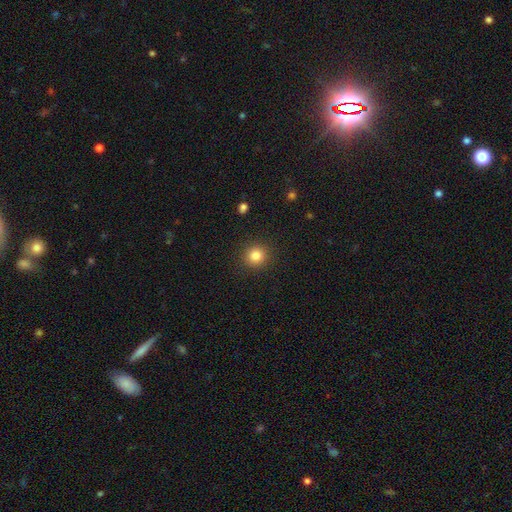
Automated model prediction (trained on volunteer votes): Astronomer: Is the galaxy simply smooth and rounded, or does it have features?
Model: smooth — 84%.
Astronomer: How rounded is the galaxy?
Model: round — 91%.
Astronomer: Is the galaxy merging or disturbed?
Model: none — 91%.